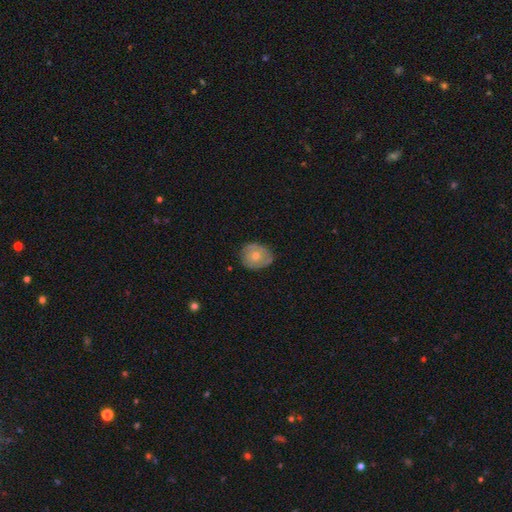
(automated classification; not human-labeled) A smooth galaxy with no disk features (53%) that is round (67%). Merging: none (74%).